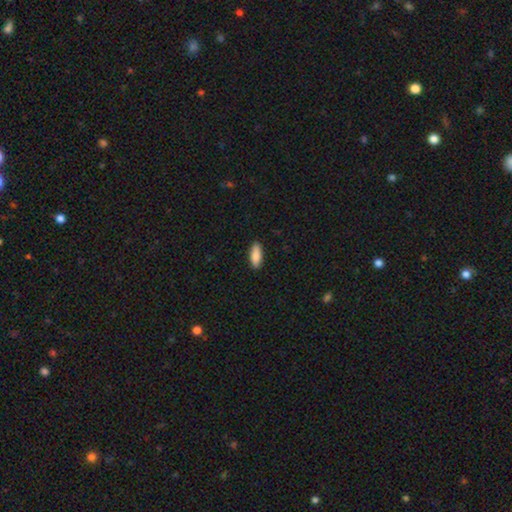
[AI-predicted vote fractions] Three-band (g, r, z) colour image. It shows a smooth galaxy with no disk features (88%) that is in between round and cigar-shaped (73%). Merging: none (89%).